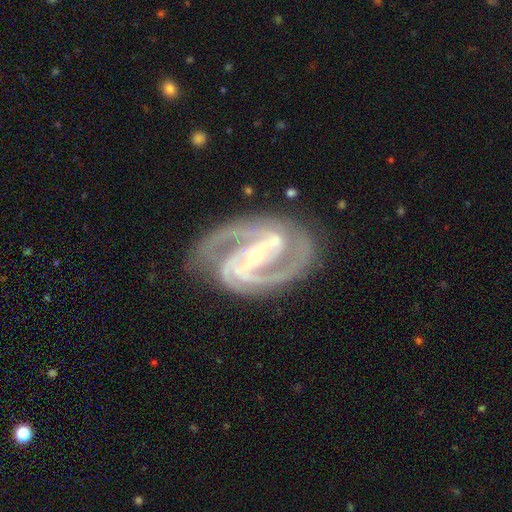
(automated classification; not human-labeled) This appears to be a featured or disk galaxy (93%) with a strong bar (60%), 2 (46%) tight (48%) spiral arms (99%) and a small central bulge (69%). Merging: none (76%).